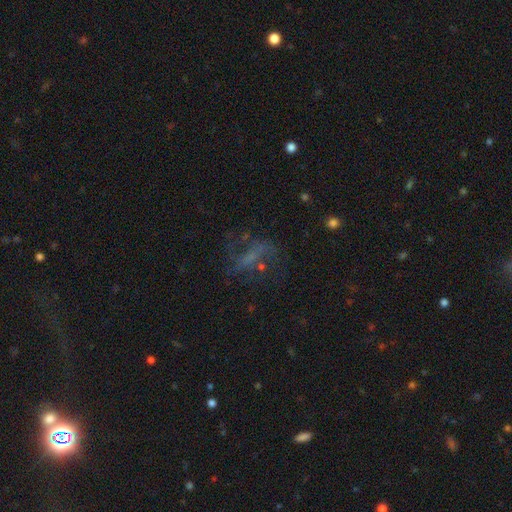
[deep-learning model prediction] Smooth or featured? Predicted: featured or disk (p=0.41). Merging? Predicted: none (p=0.53).